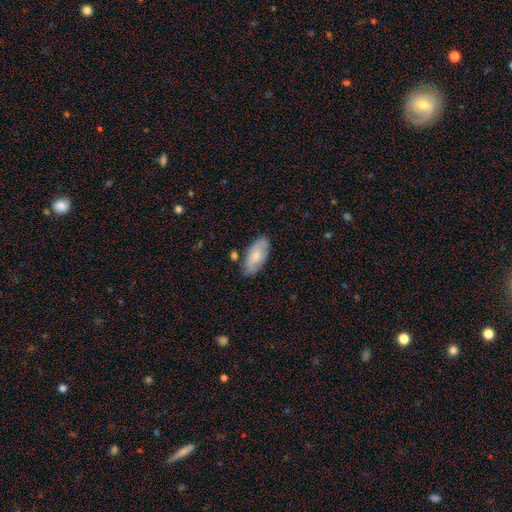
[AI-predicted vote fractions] A smooth galaxy with no disk features (70%) that is in between round and cigar-shaped (92%). Merging: none (75%).